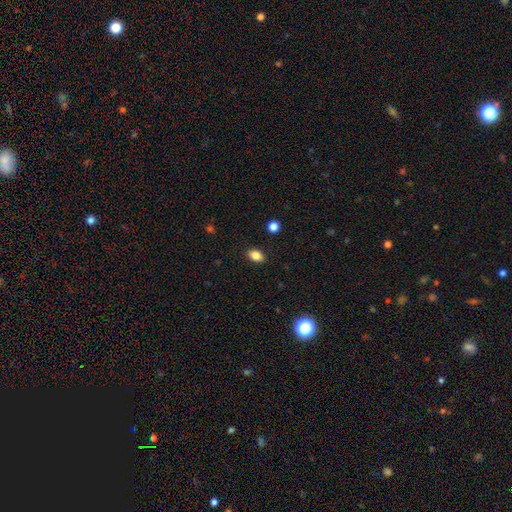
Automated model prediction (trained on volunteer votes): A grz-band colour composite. It shows a smooth galaxy with no disk features (85%) that is in between round and cigar-shaped (84%). Merging: none (88%).